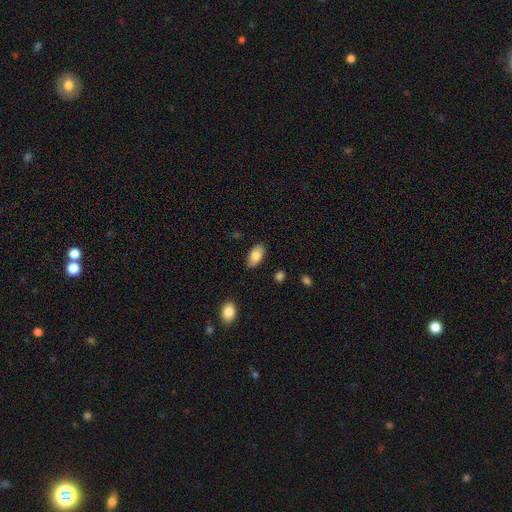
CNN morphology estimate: This is clearly a smooth galaxy (84%). How rounded: clearly in between (94%). Merging: clearly none (86%).